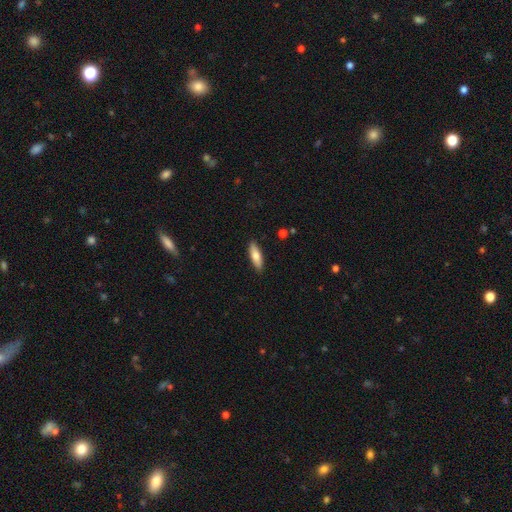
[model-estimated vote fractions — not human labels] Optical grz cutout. It shows a smooth galaxy with no disk features (73%) that is in between round and cigar-shaped (50%). Merging: none (89%).